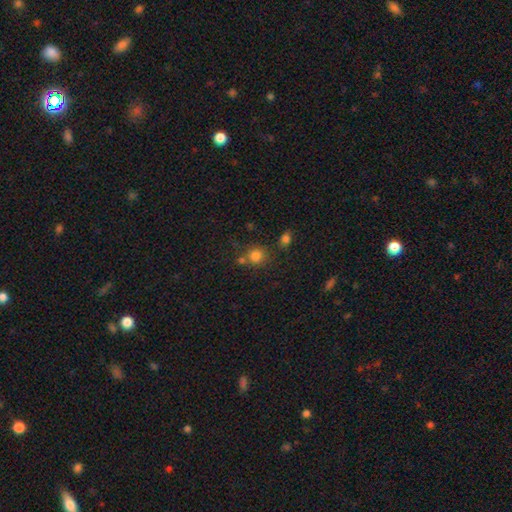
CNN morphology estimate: type=smooth (79%); roundness=round (86%); merging=none (66%).